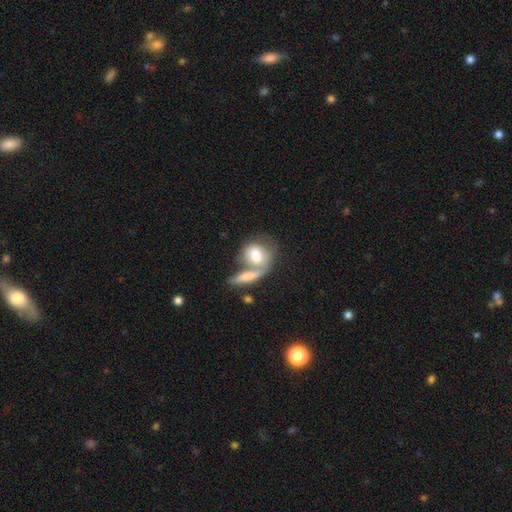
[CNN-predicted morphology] type=smooth (69%); roundness=in between (59%); merging=merger (58%).